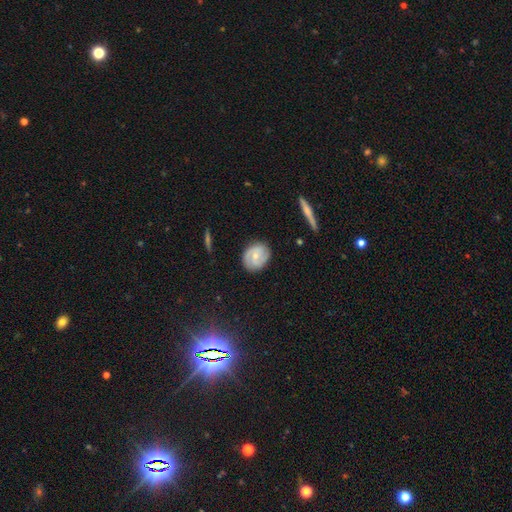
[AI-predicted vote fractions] Smooth or featured? featured or disk (65%)
Edge-on disk? no (96%)
Bar? no (56%)
Spiral arms? yes (88%)
Spiral winding? tight (47%)
Spiral arm count? 2 (67%)
Bulge size? small (52%)
Merging? none (82%)